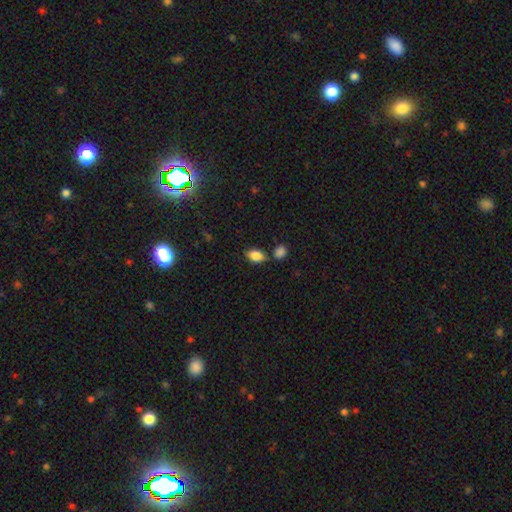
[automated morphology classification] Smooth or featured?
  - smooth: 85% *
  - star or artifact: 8%
  - featured or disk: 6%
How rounded?
  - in between: 85% *
  - round: 13%
  - cigar-shaped: 2%
Merging?
  - none: 66% *
  - minor disturbance: 15%
  - merger: 15%
  - major disturbance: 4%